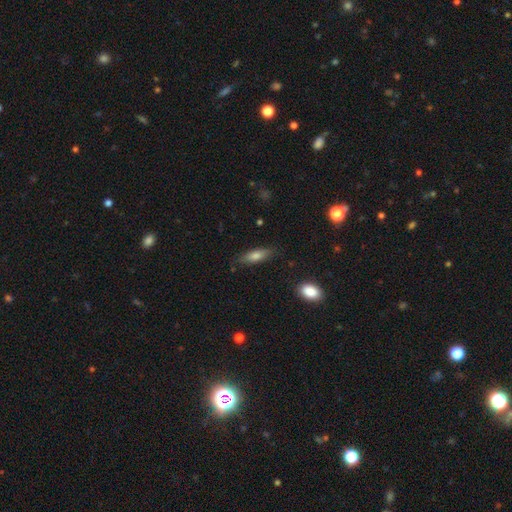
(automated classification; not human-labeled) A smooth galaxy with no disk features (74%) that is in between round and cigar-shaped (53%). Merging: none (80%).